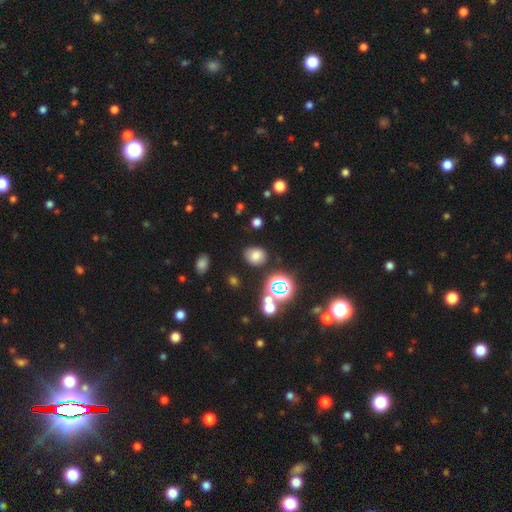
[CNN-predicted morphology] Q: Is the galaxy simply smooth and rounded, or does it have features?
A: smooth — 72%.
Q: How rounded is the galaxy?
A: round — 51%.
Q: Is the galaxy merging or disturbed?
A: none — 81%.